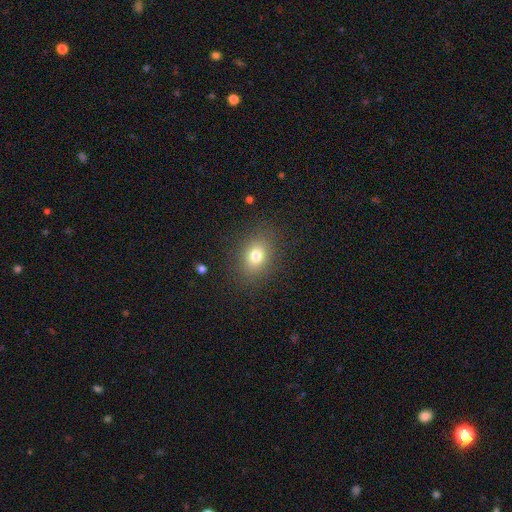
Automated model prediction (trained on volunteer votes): This is likely a smooth galaxy (77%). How rounded: likely in between (63%). Merging: clearly none (85%).